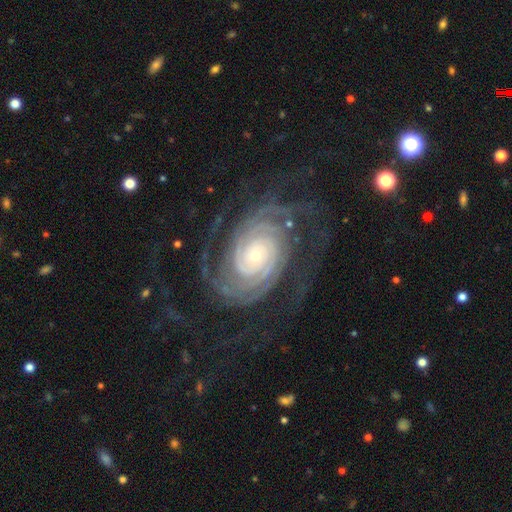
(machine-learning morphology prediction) Q: Smooth or featured?
A: featured or disk (92%); runner-up: star or artifact (5%)
Q: Edge-on disk?
A: no (97%); runner-up: yes (3%)
Q: Bar?
A: no (75%); runner-up: weak (15%)
Q: Spiral arms?
A: yes (99%); runner-up: no (1%)
Q: Spiral winding?
A: tight (78%); runner-up: medium (18%)
Q: Spiral arm count?
A: 2 (38%); runner-up: 3 (16%)
Q: Bulge size?
A: small (72%); runner-up: moderate (23%)
Q: Merging?
A: none (72%); runner-up: major disturbance (14%)